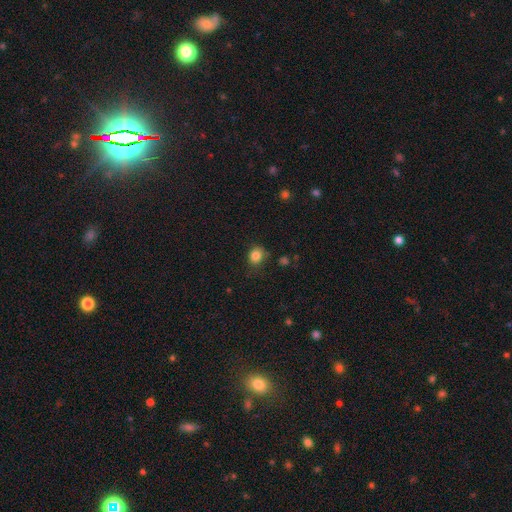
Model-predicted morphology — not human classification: Smooth or featured? smooth (83%)
How rounded? round (66%)
Merging? none (74%)